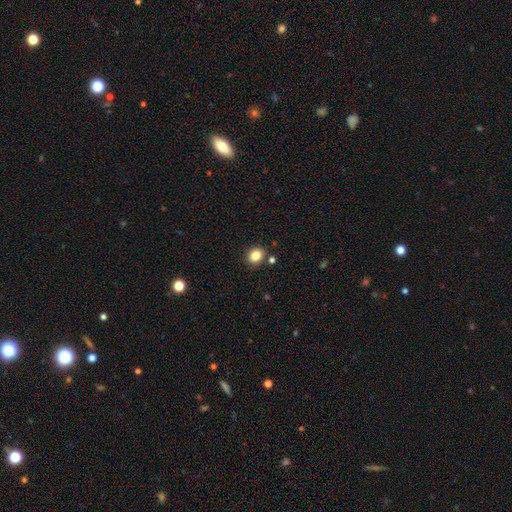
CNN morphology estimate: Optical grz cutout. It shows a smooth galaxy with no disk features (84%) that is round (66%). Merging: none (86%).